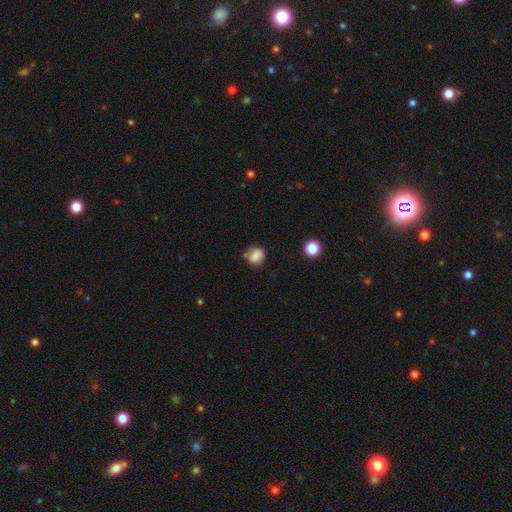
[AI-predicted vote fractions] A smooth galaxy with no disk features (79%) that is round (57%). Merging: none (63%).